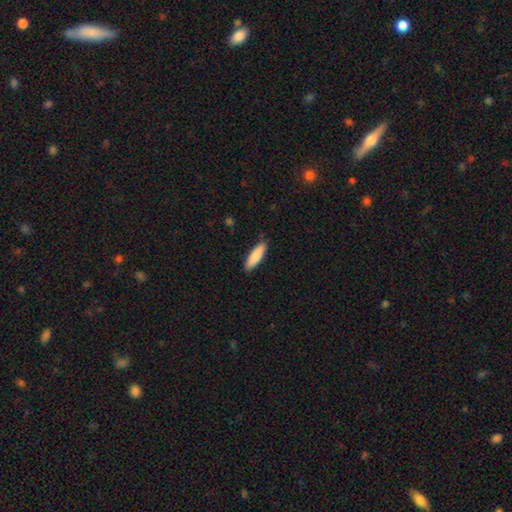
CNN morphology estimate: smooth 87%, featured or disk 8%, star or artifact 5%. Down the decision tree: how rounded — cigar-shaped (58%); merging — none (88%).